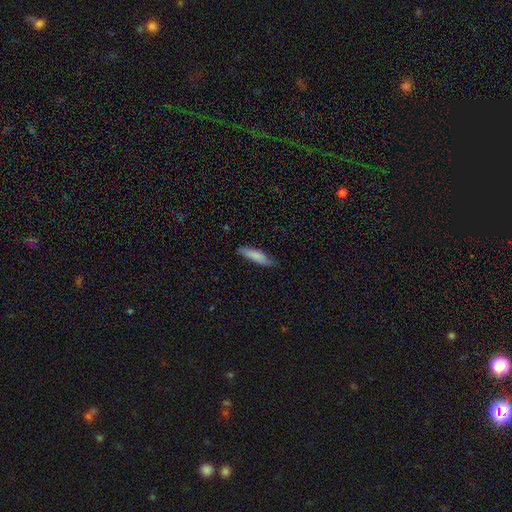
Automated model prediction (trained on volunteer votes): Q: Smooth or featured?
A: smooth (80%); runner-up: featured or disk (14%)
Q: How rounded?
A: cigar-shaped (67%); runner-up: in between (32%)
Q: Merging?
A: none (75%); runner-up: minor disturbance (21%)